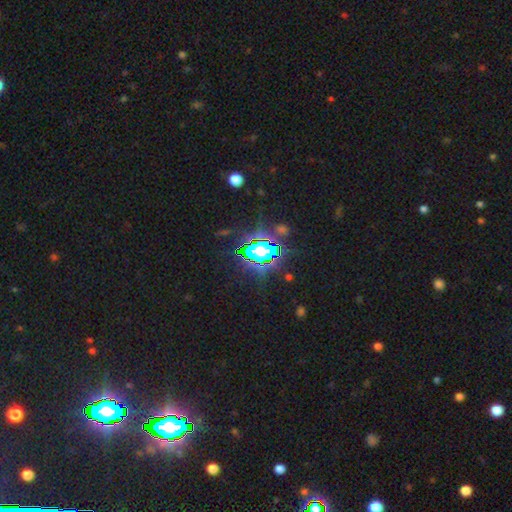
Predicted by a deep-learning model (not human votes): Smooth or featured? star or artifact (80%)